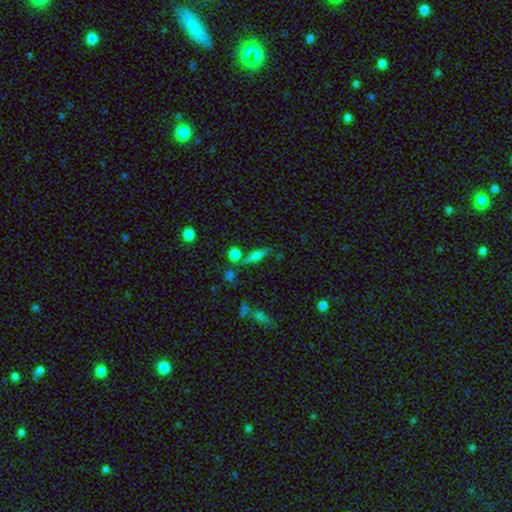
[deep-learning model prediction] Smooth or featured? smooth (61%)
How rounded? cigar-shaped (59%)
Merging? none (71%)